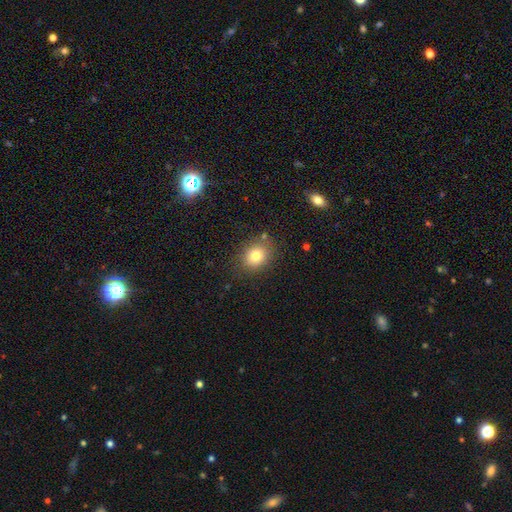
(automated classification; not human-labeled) Smooth or featured? smooth (79%)
How rounded? round (58%)
Merging? none (82%)